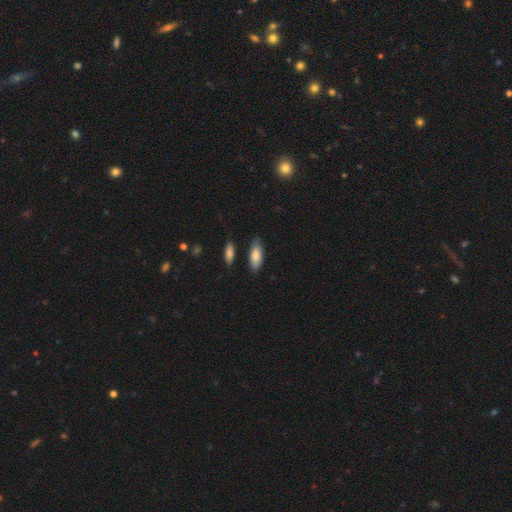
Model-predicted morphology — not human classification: A smooth galaxy with no disk features (80%) that is in between round and cigar-shaped (77%). Merging: none (76%).